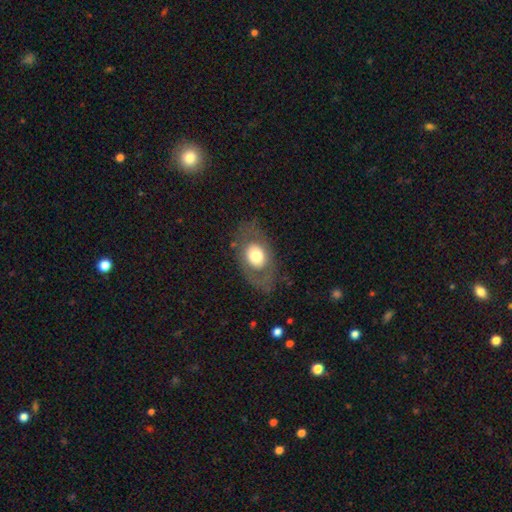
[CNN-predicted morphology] Smooth or featured: smooth — 55% (featured or disk — 38%)
How rounded: in between — 71% (round — 28%)
Merging: none — 73% (minor disturbance — 14%)